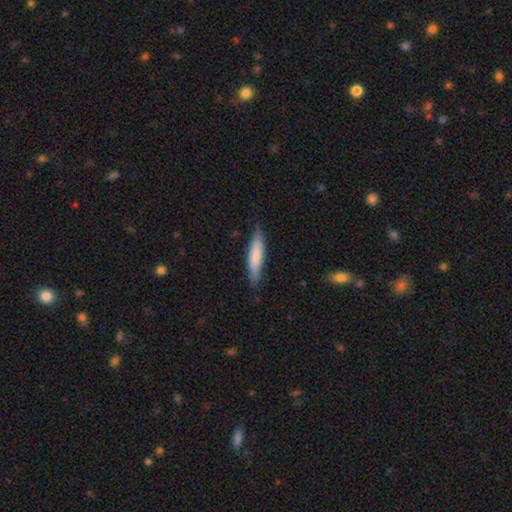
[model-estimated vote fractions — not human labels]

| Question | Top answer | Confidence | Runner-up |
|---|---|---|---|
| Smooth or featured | smooth | 76% | featured or disk (18%) |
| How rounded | cigar-shaped | 85% | in between (14%) |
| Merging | none | 83% | minor disturbance (13%) |